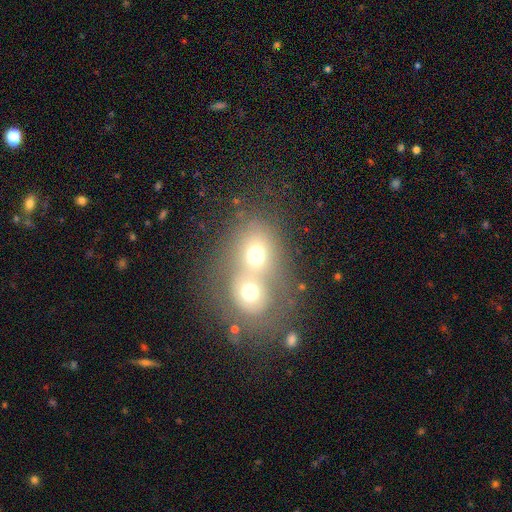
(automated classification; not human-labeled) A smooth galaxy with no disk features (56%) that is round (58%). Merging: merger (78%).